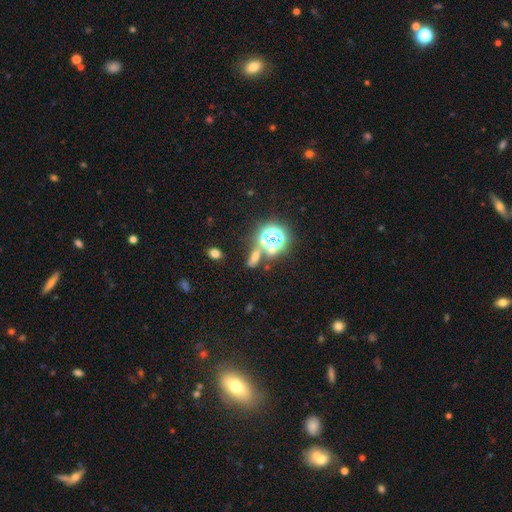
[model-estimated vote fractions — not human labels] smooth_or_featured: star or artifact (p=0.54) [alt: smooth p=0.33]